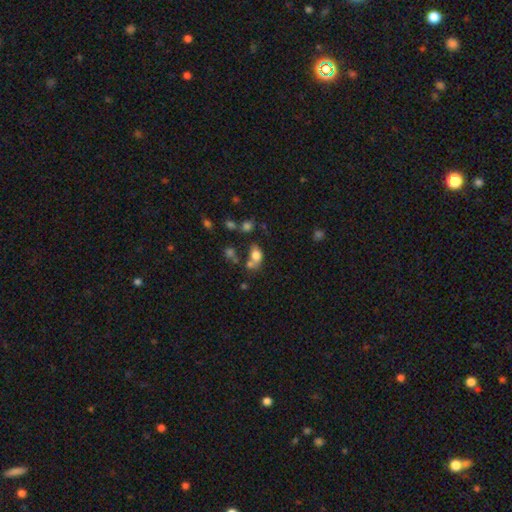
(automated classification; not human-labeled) Overall: smooth (75%). How rounded: in between (75%). Merging: none (41%; merger 34%).